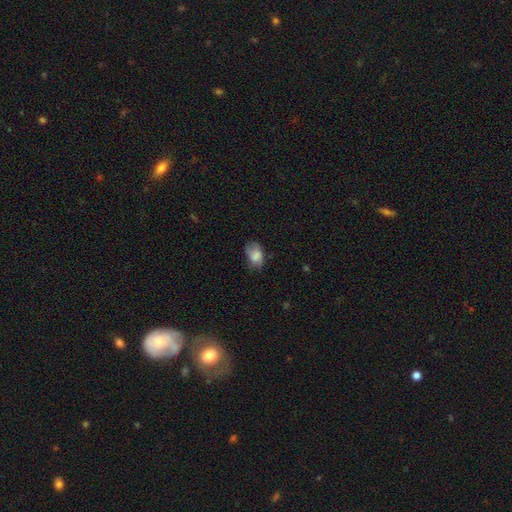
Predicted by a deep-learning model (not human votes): Smooth or featured: smooth — 79% (featured or disk — 12%)
How rounded: in between — 85% (round — 13%)
Merging: none — 55% (minor disturbance — 32%)